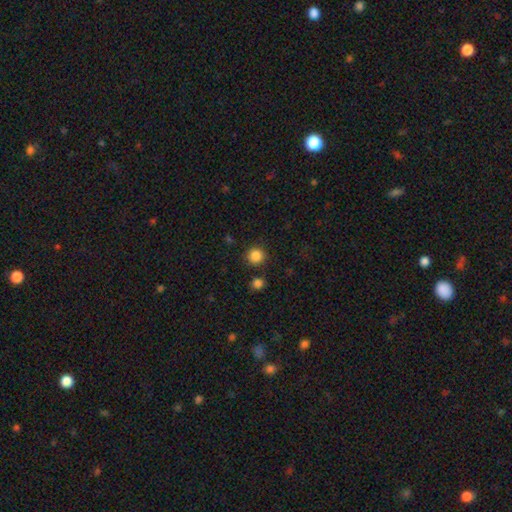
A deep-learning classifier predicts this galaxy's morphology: type=smooth (86%); roundness=round (94%); merging=none (86%).